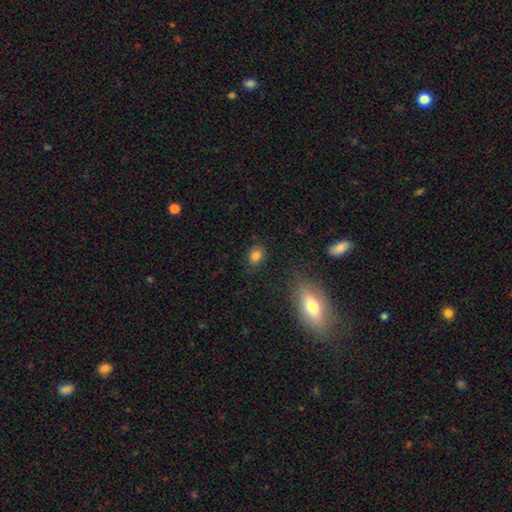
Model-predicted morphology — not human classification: This appears to be a smooth galaxy with no disk features (82%) that is in between round and cigar-shaped (55%). Merging: none (83%).